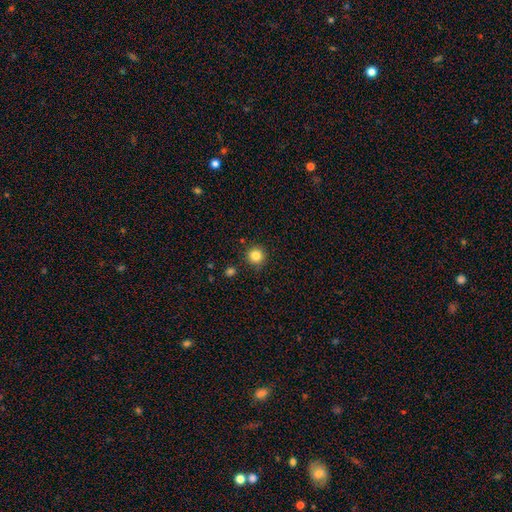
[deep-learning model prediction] Smooth or featured: smooth — 84% (star or artifact — 11%)
How rounded: round — 95% (in between — 4%)
Merging: none — 89% (minor disturbance — 6%)